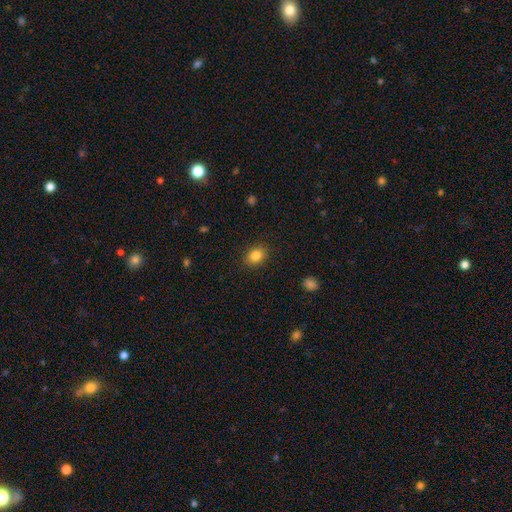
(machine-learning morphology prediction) smooth 85%, star or artifact 9%, featured or disk 5%. Down the decision tree: how rounded — in between (60%); merging — none (88%).